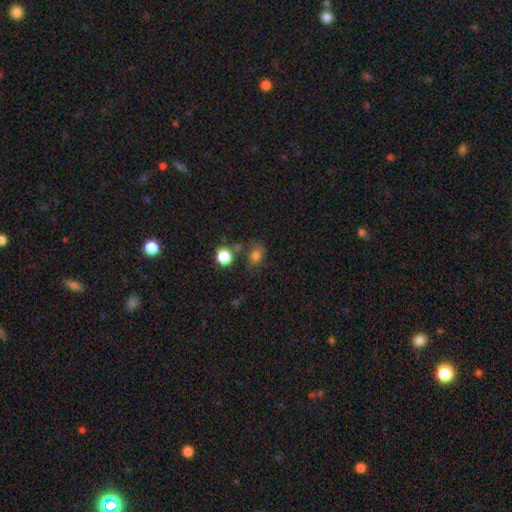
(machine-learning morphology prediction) smooth_or_featured: smooth (p=0.51) [alt: star or artifact p=0.36]
how_rounded: round (p=0.57) [alt: in between p=0.40]
merging: none (p=0.62) [alt: merger p=0.19]